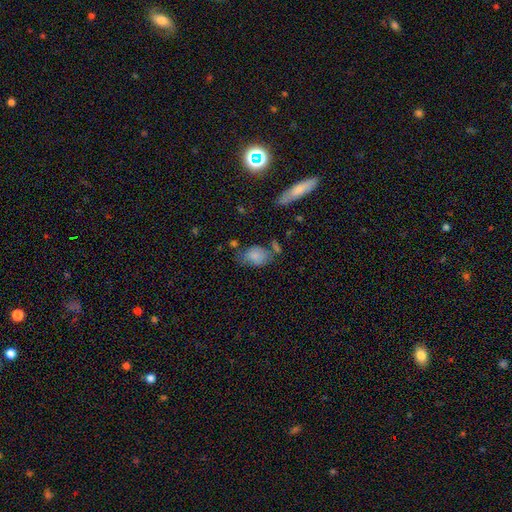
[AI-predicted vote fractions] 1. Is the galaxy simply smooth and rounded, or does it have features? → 77% smooth, 13% featured or disk, 10% star or artifact.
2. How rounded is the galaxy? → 74% in between, 24% round, 2% cigar-shaped.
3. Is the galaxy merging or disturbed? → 46% none, 29% minor disturbance, 13% major disturbance, 12% merger.